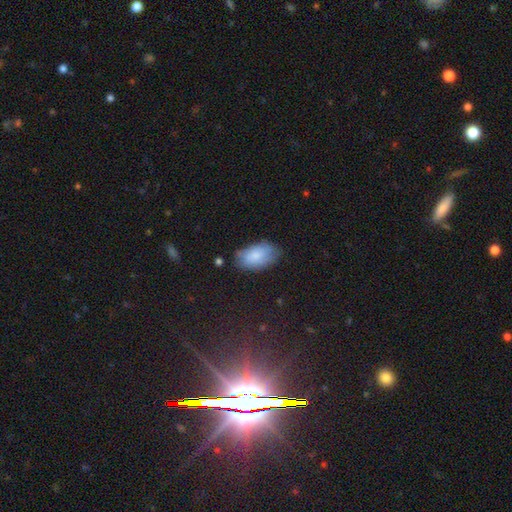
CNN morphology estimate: Smooth or featured?
  - smooth: 79% *
  - featured or disk: 13%
  - star or artifact: 7%
How rounded?
  - in between: 94% *
  - round: 4%
  - cigar-shaped: 2%
Merging?
  - none: 69% *
  - minor disturbance: 24%
  - major disturbance: 6%
  - merger: 2%